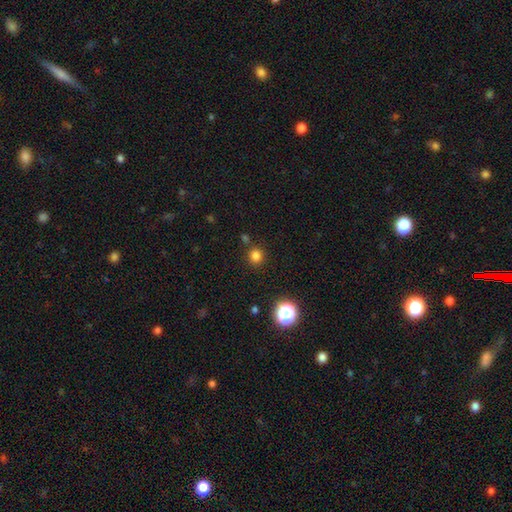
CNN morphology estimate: This appears to be a smooth galaxy with no disk features (79%) that is round (91%). Merging: none (82%).